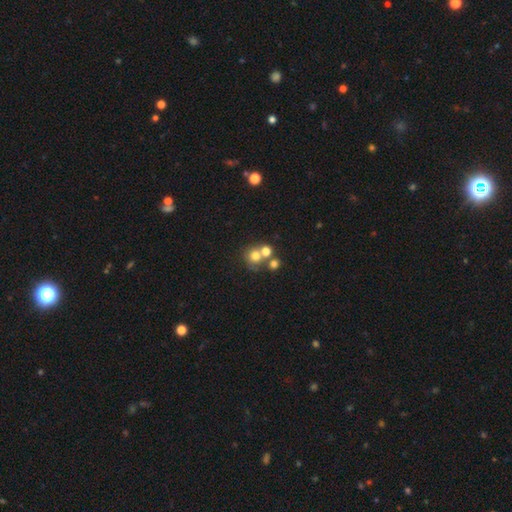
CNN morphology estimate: smooth-or-featured: smooth: 70% | star or artifact: 15% | featured or disk: 15%
  how-rounded: round: 86% | in between: 14% | cigar-shaped: 1%
  merging: none: 50% | merger: 38% | minor disturbance: 8% | major disturbance: 4%